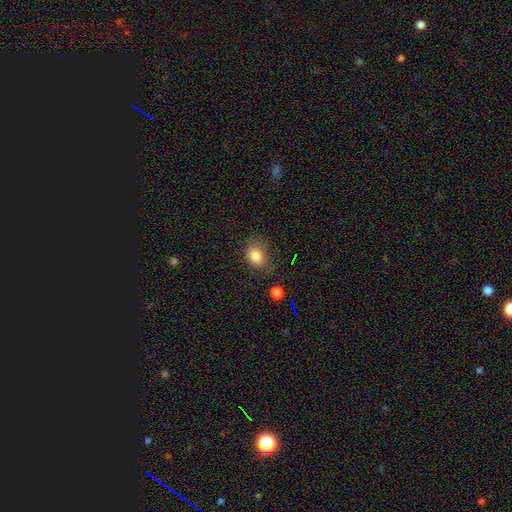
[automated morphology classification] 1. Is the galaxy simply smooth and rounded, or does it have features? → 82% smooth, 12% star or artifact, 7% featured or disk.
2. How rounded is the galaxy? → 51% in between, 48% round, 1% cigar-shaped.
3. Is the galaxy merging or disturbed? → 63% none, 25% minor disturbance, 9% major disturbance, 3% merger.